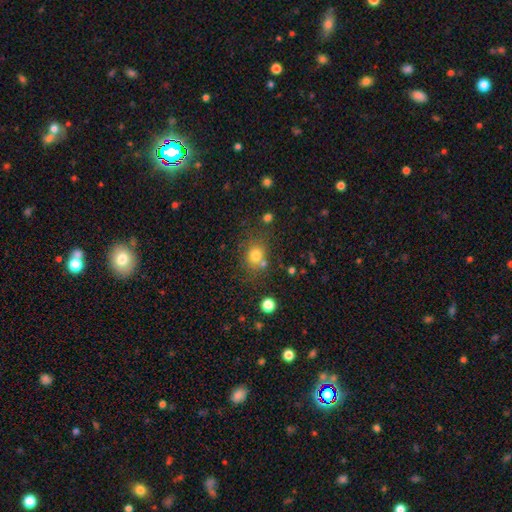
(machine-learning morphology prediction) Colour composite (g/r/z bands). It shows a smooth galaxy with no disk features (77%) that is round (70%). Merging: none (68%).